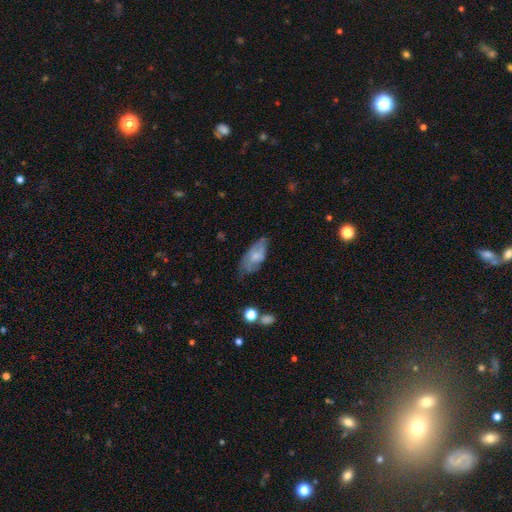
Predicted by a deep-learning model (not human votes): Smooth or featured? smooth (58%)
How rounded? in between (88%)
Merging? none (54%)